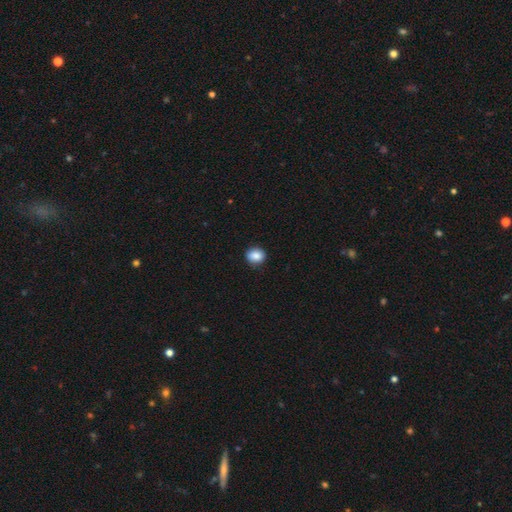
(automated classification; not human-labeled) Morphology: type=smooth (87%); roundness=round (66%); merging=none (88%).